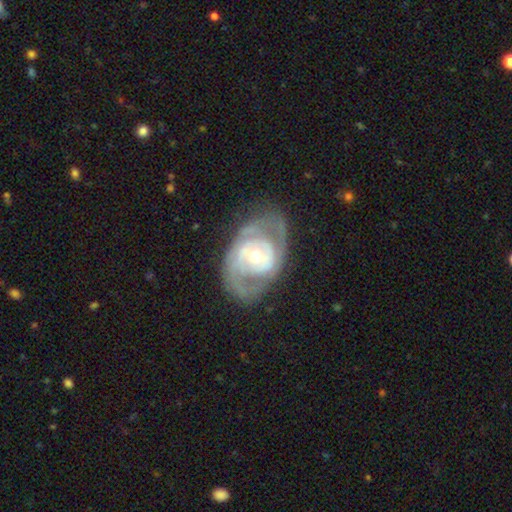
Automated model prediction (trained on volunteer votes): Smooth or featured?
  - featured or disk: 83% *
  - smooth: 12%
  - star or artifact: 5%
Edge-on disk?
  - no: 96% *
  - yes: 4%
Bar?
  - no: 61% *
  - weak: 29%
  - strong: 10%
Spiral arms?
  - yes: 81% *
  - no: 19%
Spiral winding?
  - tight: 47% *
  - medium: 39%
  - loose: 14%
Spiral arm count?
  - 2: 61% *
  - can't tell: 22%
  - 3: 7%
  - 1: 6%
  - 4: 2%
  - more than 4: 2%
Bulge size?
  - moderate: 57% *
  - small: 36%
  - large: 5%
  - dominant: 1%
  - none: 1%
Merging?
  - none: 64% *
  - minor disturbance: 20%
  - major disturbance: 15%
  - merger: 2%